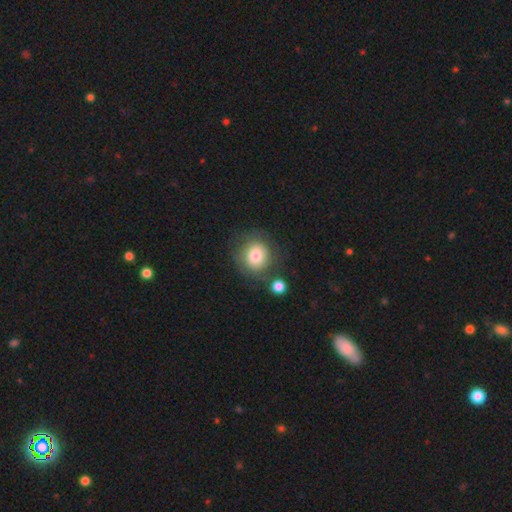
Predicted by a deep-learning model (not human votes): Morphology: type=smooth (75%); roundness=round (85%); merging=none (69%).